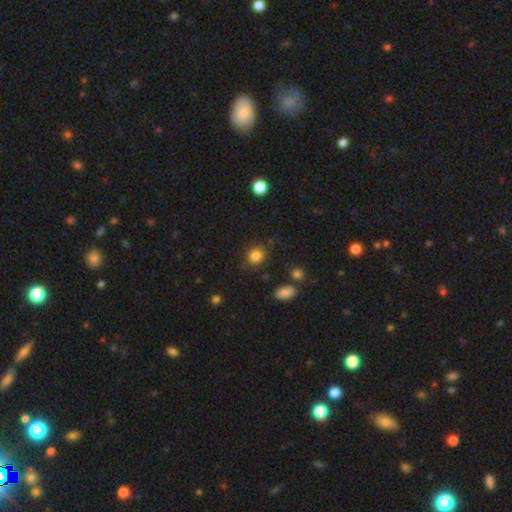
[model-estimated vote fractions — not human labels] smooth-or-featured: smooth: 84% | star or artifact: 11% | featured or disk: 5%
  how-rounded: round: 81% | in between: 18% | cigar-shaped: 1%
  merging: none: 85% | minor disturbance: 10% | major disturbance: 3% | merger: 2%